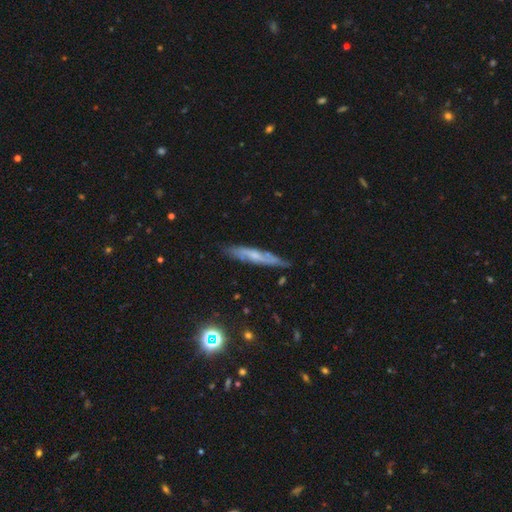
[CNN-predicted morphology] This is possibly a featured or disk galaxy (51%). It is clearly viewed edge-on (85%). Merging: clearly none (85%).